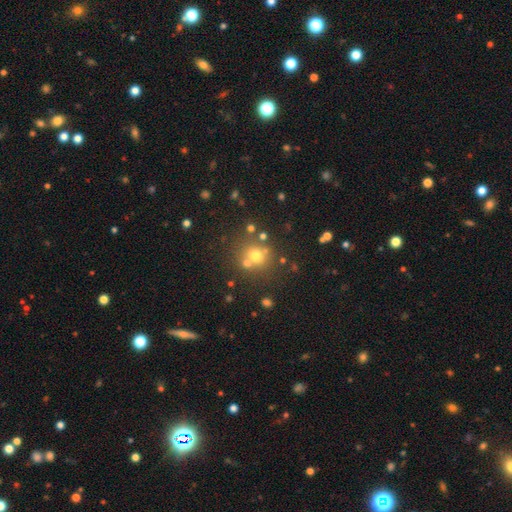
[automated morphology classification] smooth 65%, star or artifact 20%, featured or disk 15%. Down the decision tree: how rounded — round (83%); merging — none (65%).